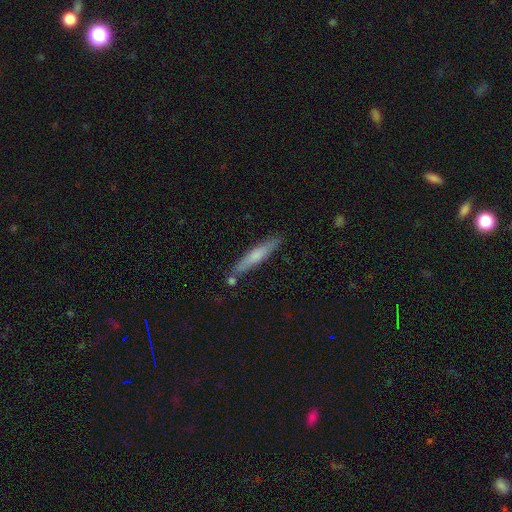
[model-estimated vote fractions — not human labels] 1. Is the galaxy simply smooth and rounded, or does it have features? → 58% smooth, 36% featured or disk, 6% star or artifact.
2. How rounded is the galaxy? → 92% cigar-shaped, 7% in between, 1% round.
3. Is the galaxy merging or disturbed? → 80% none, 12% minor disturbance, 6% merger, 2% major disturbance.